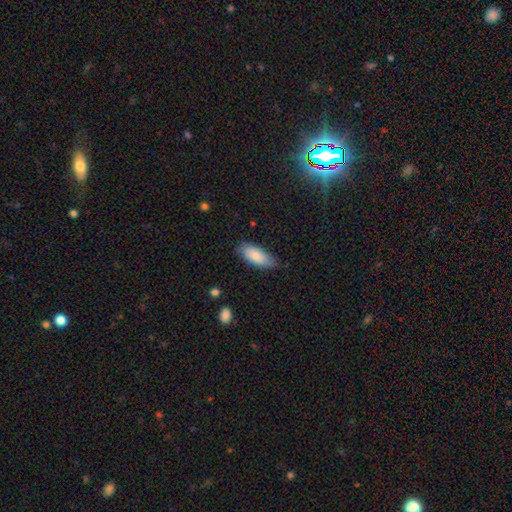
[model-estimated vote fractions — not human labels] This appears to be a smooth galaxy with no disk features (84%) that is in between round and cigar-shaped (81%). Merging: none (77%).